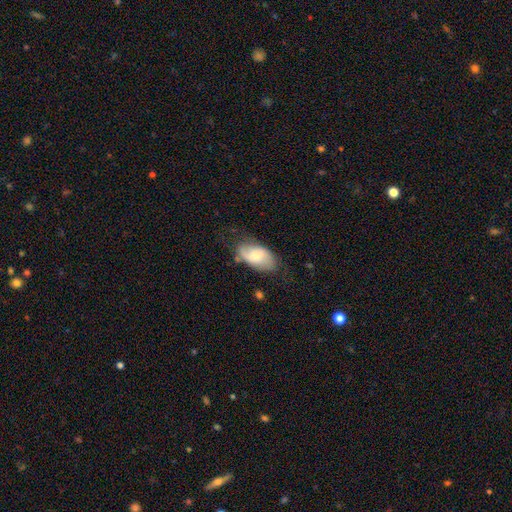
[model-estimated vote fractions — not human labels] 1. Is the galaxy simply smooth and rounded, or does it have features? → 57% smooth, 36% featured or disk, 7% star or artifact.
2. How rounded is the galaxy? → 93% in between, 5% round, 2% cigar-shaped.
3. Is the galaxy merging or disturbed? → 60% none, 28% minor disturbance, 9% major disturbance, 2% merger.